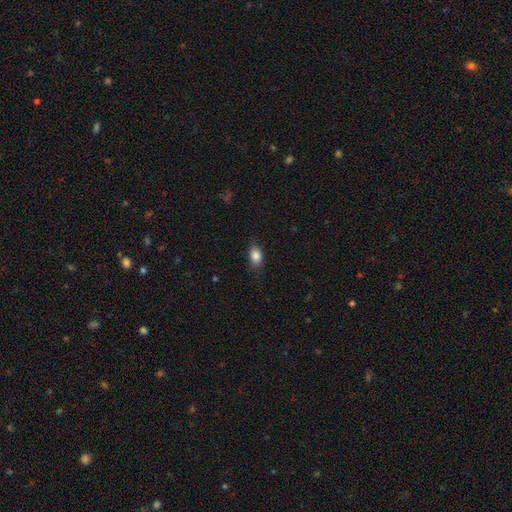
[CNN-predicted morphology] This is clearly a smooth galaxy (85%). How rounded: clearly in between (80%). Merging: likely none (75%).